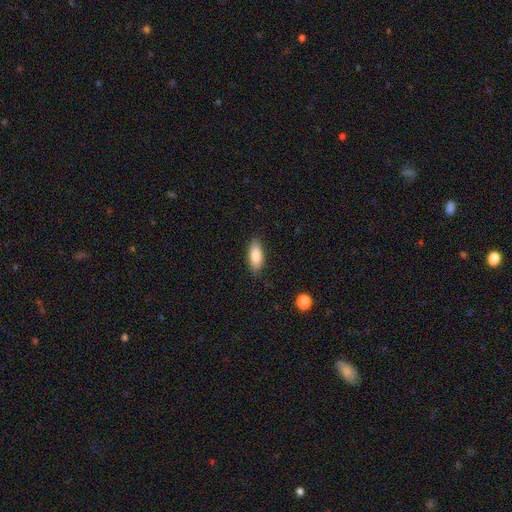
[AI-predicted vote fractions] Morphology: type=smooth (84%); roundness=in between (78%); merging=none (85%).